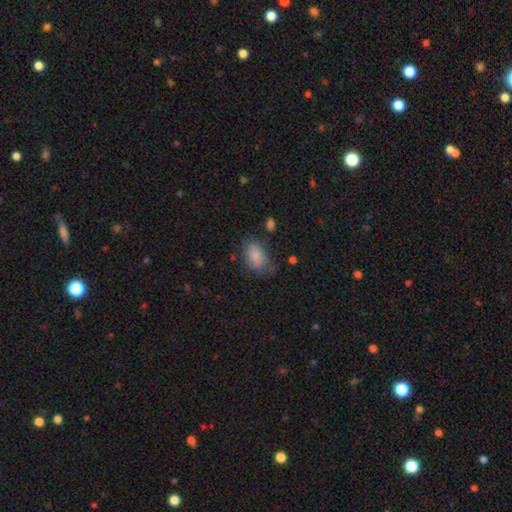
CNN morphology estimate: smooth-or-featured: smooth: 83% | star or artifact: 8% | featured or disk: 8%
  how-rounded: in between: 86% | round: 12% | cigar-shaped: 2%
  merging: none: 54% | minor disturbance: 30% | major disturbance: 13% | merger: 3%